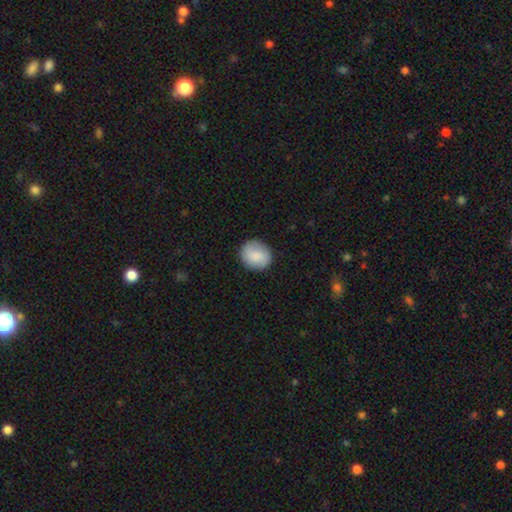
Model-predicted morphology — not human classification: Q: Smooth or featured?
A: smooth (85%); runner-up: featured or disk (9%)
Q: How rounded?
A: round (81%); runner-up: in between (18%)
Q: Merging?
A: none (87%); runner-up: minor disturbance (10%)